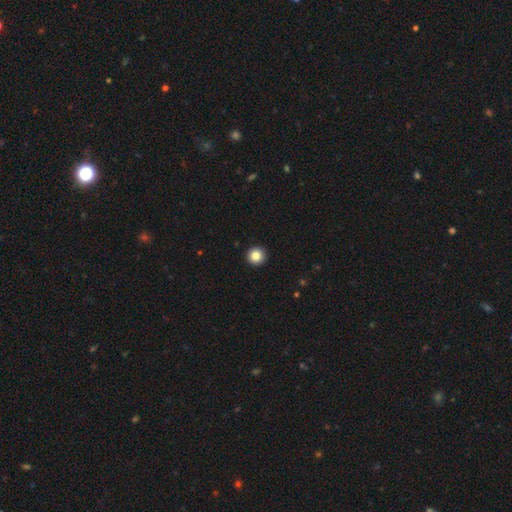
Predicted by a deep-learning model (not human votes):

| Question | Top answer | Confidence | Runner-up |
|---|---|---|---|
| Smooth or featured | smooth | 85% | star or artifact (10%) |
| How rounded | round | 96% | in between (3%) |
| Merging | none | 94% | minor disturbance (4%) |